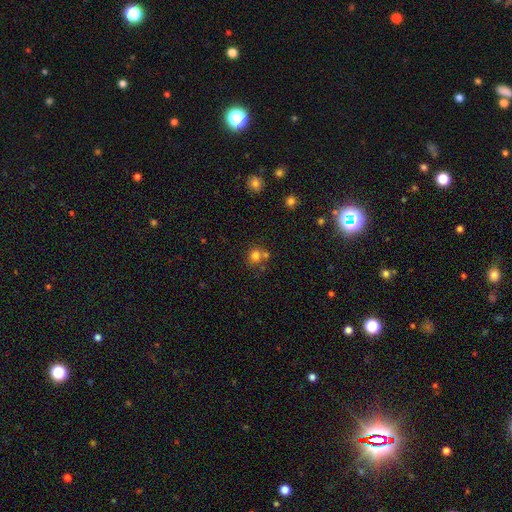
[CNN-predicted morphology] smooth_or_featured: smooth (p=0.77) [alt: star or artifact p=0.14]
how_rounded: round (p=0.87) [alt: in between p=0.12]
merging: none (p=0.60) [alt: merger p=0.27]